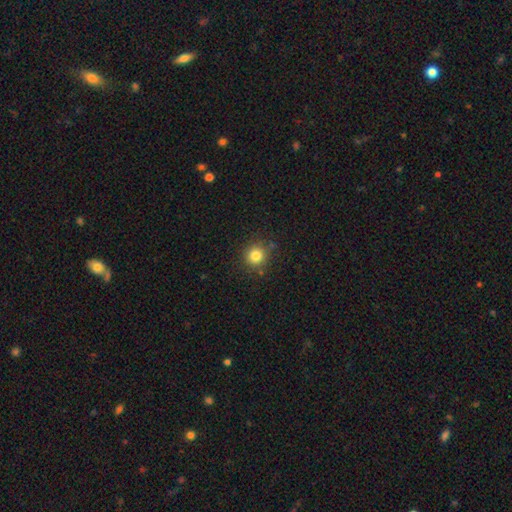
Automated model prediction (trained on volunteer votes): Smooth or featured? smooth (81%)
How rounded? round (92%)
Merging? none (84%)